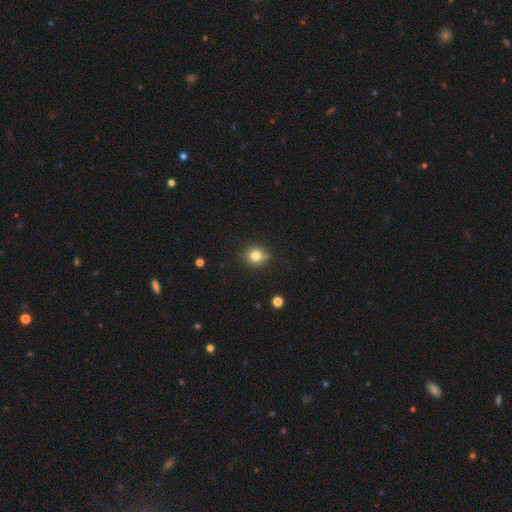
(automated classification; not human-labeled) Smooth or featured? Predicted: smooth (p=0.78). How rounded? Predicted: round (p=0.86). Merging? Predicted: none (p=0.78).